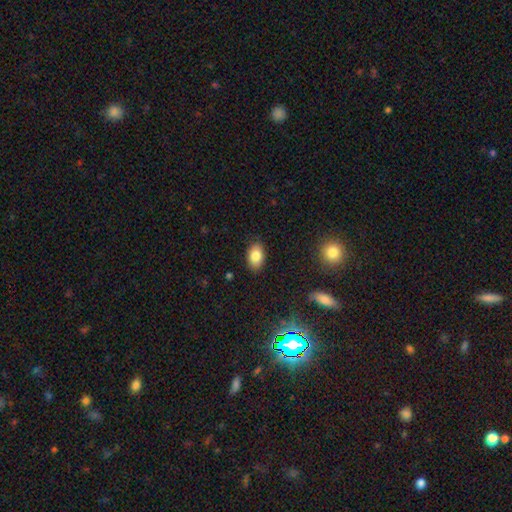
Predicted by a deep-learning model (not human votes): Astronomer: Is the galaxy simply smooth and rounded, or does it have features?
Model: smooth — 84%.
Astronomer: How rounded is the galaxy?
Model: in between — 91%.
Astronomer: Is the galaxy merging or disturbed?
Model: none — 86%.